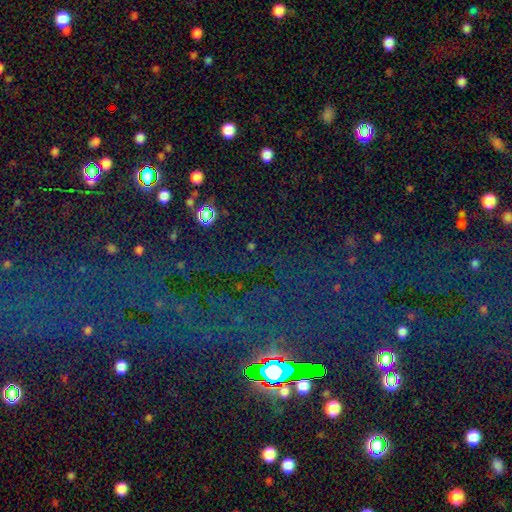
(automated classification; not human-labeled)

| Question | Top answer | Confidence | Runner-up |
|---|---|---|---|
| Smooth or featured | star or artifact | 78% | smooth (12%) |